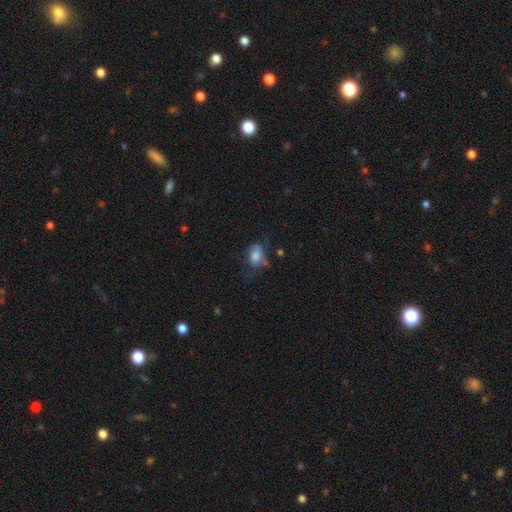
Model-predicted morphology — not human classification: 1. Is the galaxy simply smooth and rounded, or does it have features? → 71% smooth, 20% featured or disk, 9% star or artifact.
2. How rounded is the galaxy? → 83% in between, 15% round, 2% cigar-shaped.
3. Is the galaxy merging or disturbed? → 34% none, 31% major disturbance, 30% minor disturbance, 5% merger.